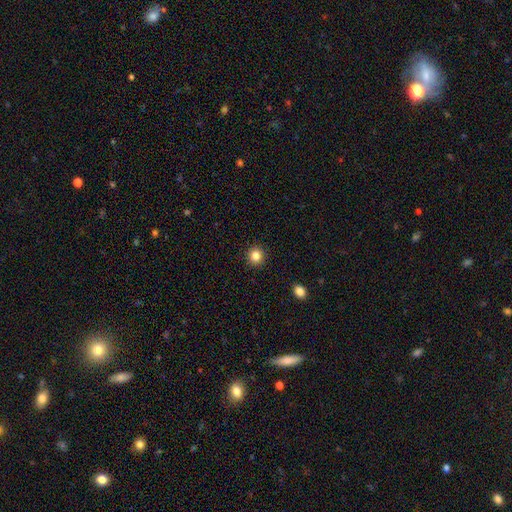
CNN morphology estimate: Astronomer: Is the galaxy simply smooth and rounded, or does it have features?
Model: smooth — 84%.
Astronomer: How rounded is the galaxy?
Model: round — 90%.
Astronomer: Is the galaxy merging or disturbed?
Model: none — 92%.